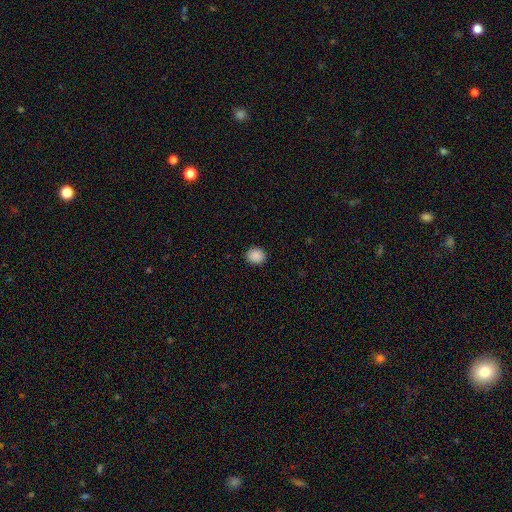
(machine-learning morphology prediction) Overall: smooth (89%). How rounded: round (78%). Merging: none (91%).